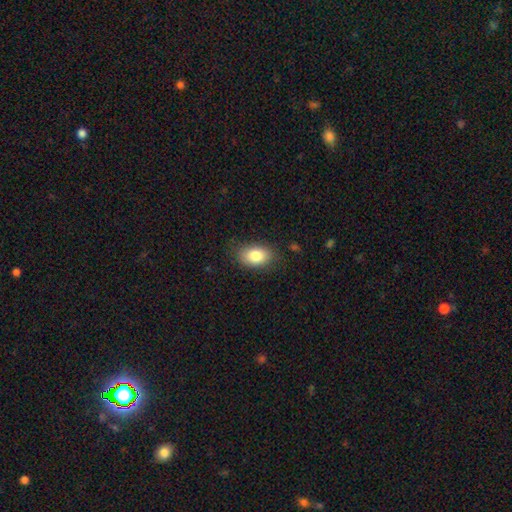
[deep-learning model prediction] This appears to be a smooth galaxy with no disk features (83%) that is in between round and cigar-shaped (87%). Merging: none (81%).